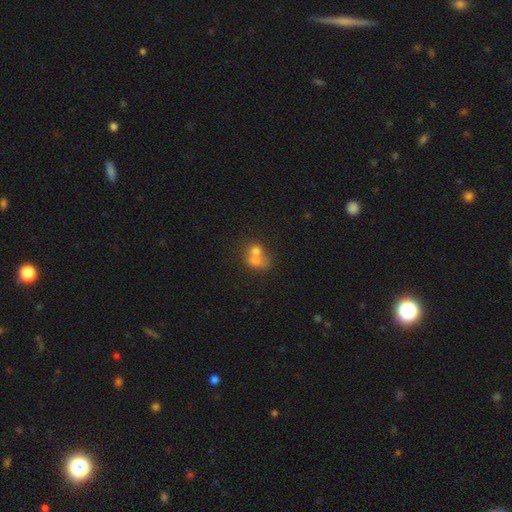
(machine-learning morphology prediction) This appears to be a smooth galaxy with no disk features (65%) that is round (57%). Merging: merger (68%).